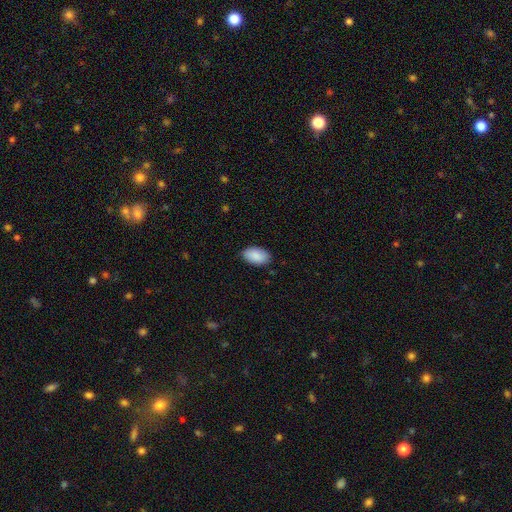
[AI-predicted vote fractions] Morphology: type=smooth (90%); roundness=in between (94%); merging=none (84%).